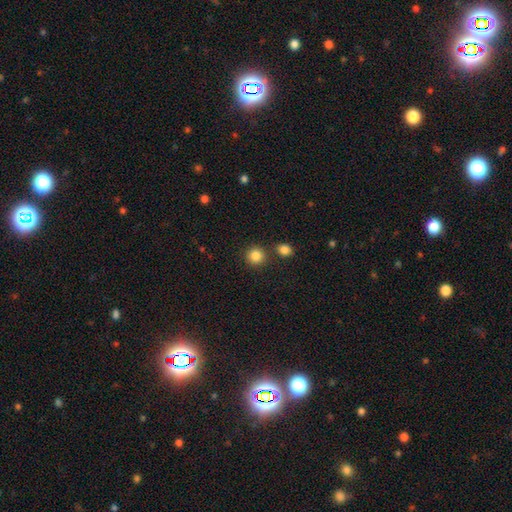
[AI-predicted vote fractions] Smooth or featured?
  - smooth: 85% *
  - star or artifact: 11%
  - featured or disk: 4%
How rounded?
  - round: 92% *
  - in between: 7%
  - cigar-shaped: 1%
Merging?
  - none: 81% *
  - merger: 9%
  - minor disturbance: 7%
  - major disturbance: 3%